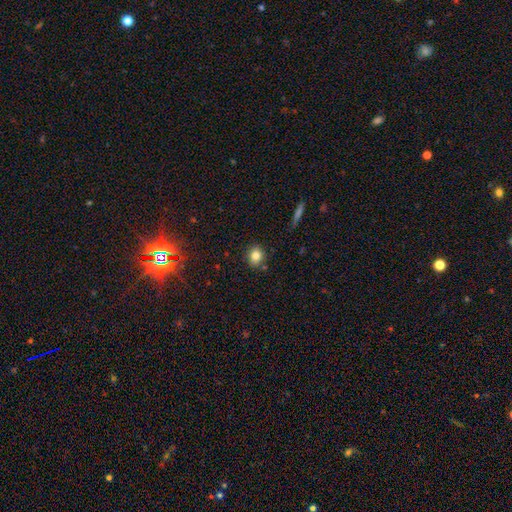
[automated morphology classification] A smooth galaxy with no disk features (82%) that is round (68%). Merging: none (84%).